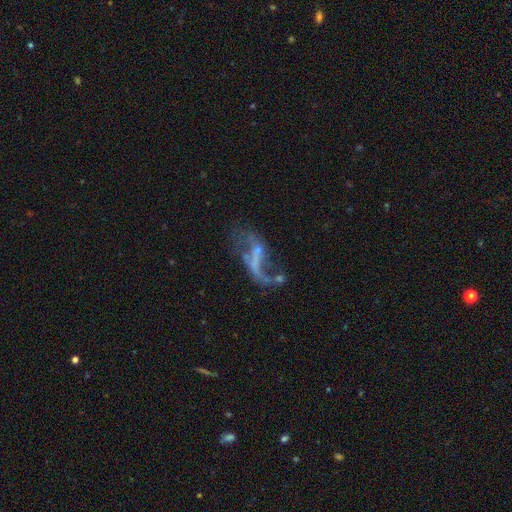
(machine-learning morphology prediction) Q: Smooth or featured?
A: featured or disk (71%); runner-up: smooth (15%)
Q: Edge-on disk?
A: no (93%); runner-up: yes (7%)
Q: Bar?
A: no (46%); runner-up: weak (33%)
Q: Spiral arms?
A: yes (60%); runner-up: no (40%)
Q: Bulge size?
A: none (54%); runner-up: small (35%)
Q: Merging?
A: major disturbance (39%); runner-up: none (30%)